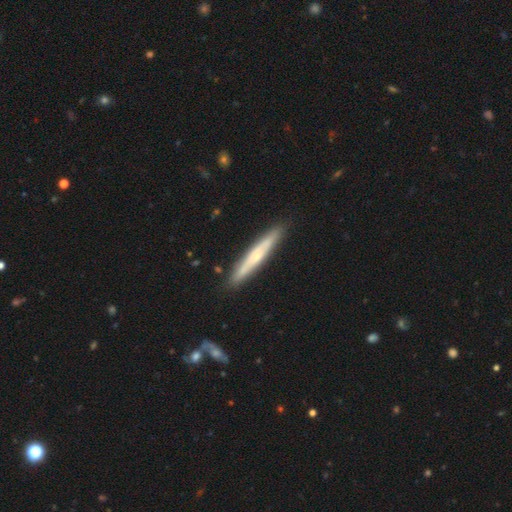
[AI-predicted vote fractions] This is possibly a featured or disk galaxy (48%). Merging: clearly none (89%).